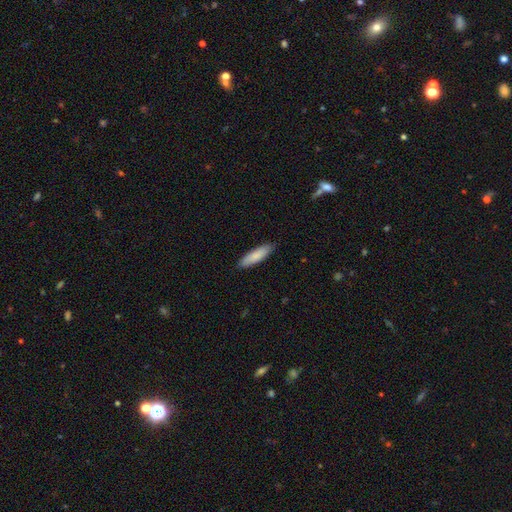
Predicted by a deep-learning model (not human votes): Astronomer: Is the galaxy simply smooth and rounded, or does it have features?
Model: smooth — 85%.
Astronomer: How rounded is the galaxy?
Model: cigar-shaped — 64%.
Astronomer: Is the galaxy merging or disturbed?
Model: none — 88%.